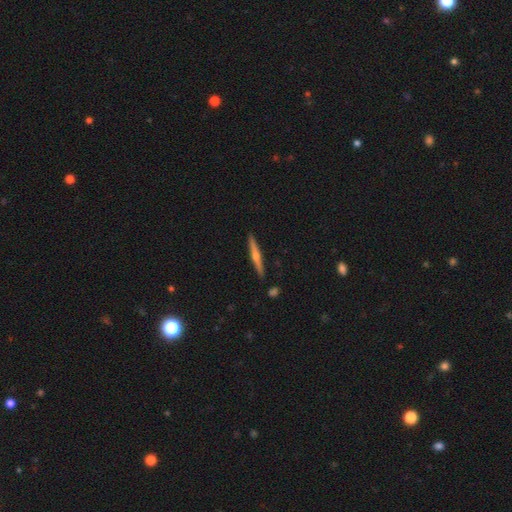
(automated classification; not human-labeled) This appears to be a featured or disk galaxy (67%) viewed edge-on (97%) with a rounded central bulge (87%). Merging: none (91%).